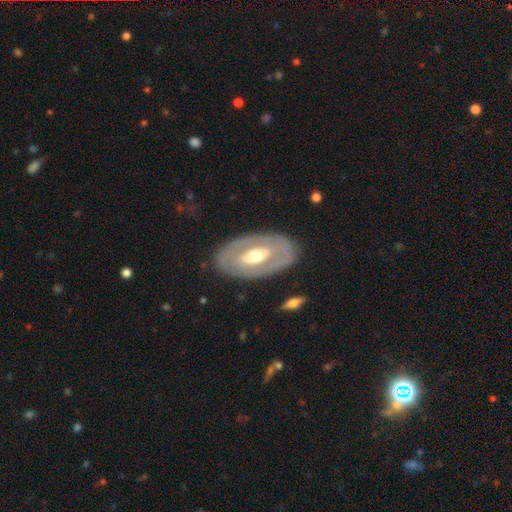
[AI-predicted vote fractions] Smooth or featured? featured or disk (68%)
Edge-on disk? no (89%)
Bar? no (46%)
Spiral arms? no (73%)
Bulge size? moderate (69%)
Merging? none (82%)